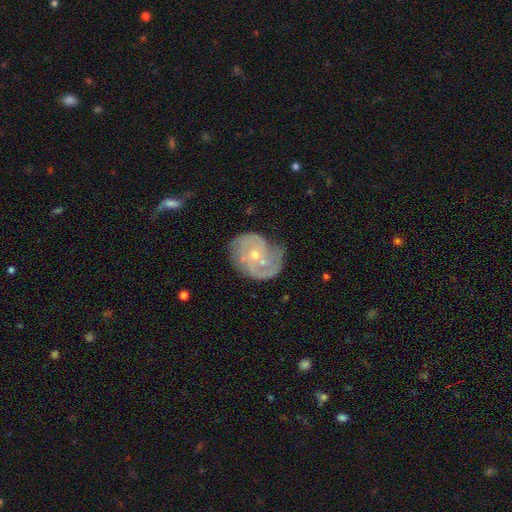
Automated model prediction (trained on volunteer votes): smooth-or-featured: featured or disk: 81% | smooth: 13% | star or artifact: 6%
  disk-edge-on: no: 98% | yes: 2%
    bar: no: 67% | weak: 28% | strong: 5%
    has-spiral-arms: yes: 91% | no: 9%
      spiral-winding: medium: 41% (tied) | tight: 41% (tied) | loose: 18%
      spiral-arm-count: 2: 48% | can't tell: 22% | 3: 17% | 1: 6% | 4: 4% | more than 4: 4%
    bulge-size: small: 64% | moderate: 33% | none: 1% | large: 1% | dominant: 1%
  merging: none: 52% | minor disturbance: 25% | major disturbance: 12% | merger: 11%